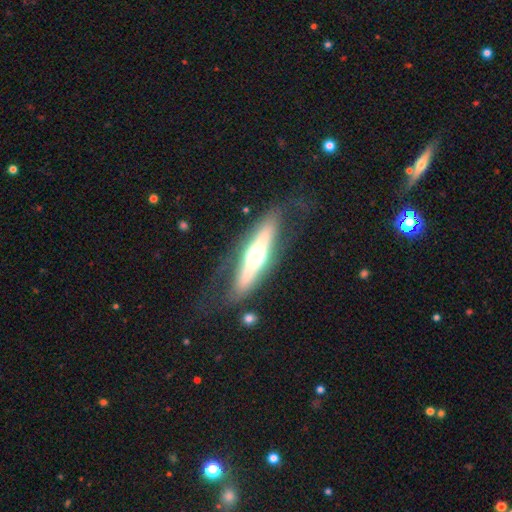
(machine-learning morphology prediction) Smooth or featured? Predicted: featured or disk (p=0.67). Edge-on disk? Predicted: yes (p=0.77). Edge-on bulge? Predicted: rounded (p=0.89). Merging? Predicted: none (p=0.68).